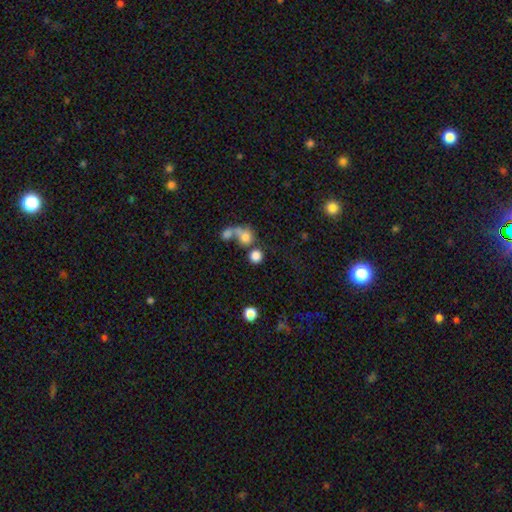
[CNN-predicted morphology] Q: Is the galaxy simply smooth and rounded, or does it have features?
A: smooth — 79%.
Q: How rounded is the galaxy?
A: round — 86%.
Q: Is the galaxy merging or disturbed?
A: none — 51%.